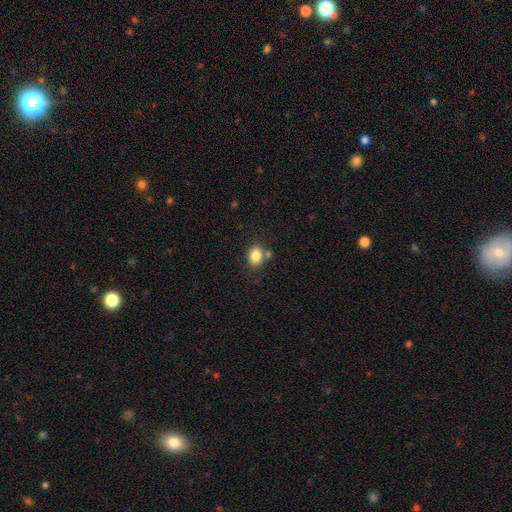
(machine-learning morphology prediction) This appears to be a smooth galaxy with no disk features (84%) that is in between round and cigar-shaped (55%). Merging: none (71%).